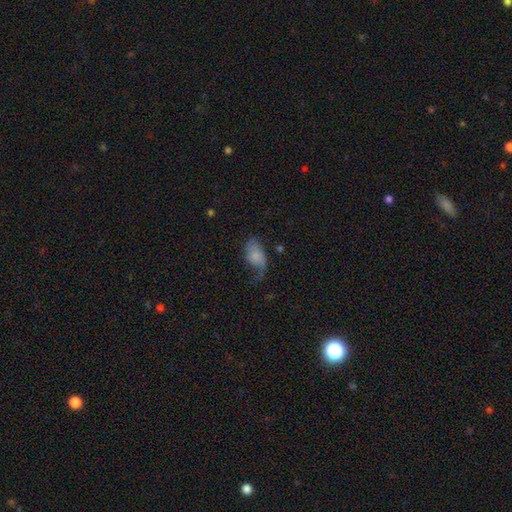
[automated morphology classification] A smooth galaxy with no disk features (59%) that is in between round and cigar-shaped (92%). Merging: none (36%).